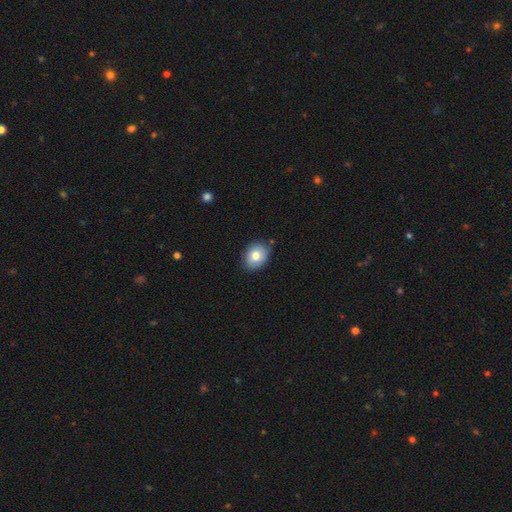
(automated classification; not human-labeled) A smooth galaxy with no disk features (78%) that is in between round and cigar-shaped (54%). Merging: none (81%).